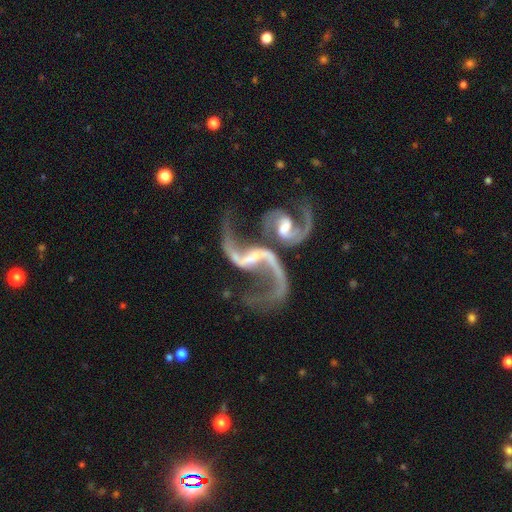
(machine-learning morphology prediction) smooth_or_featured: featured or disk (p=0.90) [alt: star or artifact p=0.05]
disk_edge_on: no (p=0.97) [alt: yes p=0.03]
bar: strong (p=0.45) [alt: weak p=0.36]
has_spiral_arms: yes (p=0.93) [alt: no p=0.07]
spiral_winding: loose (p=0.86) [alt: medium p=0.11]
spiral_arm_count: 2 (p=0.90) [alt: 1 p=0.04]
bulge_size: small (p=0.44) [alt: moderate p=0.25]
merging: merger (p=0.59) [alt: none p=0.20]